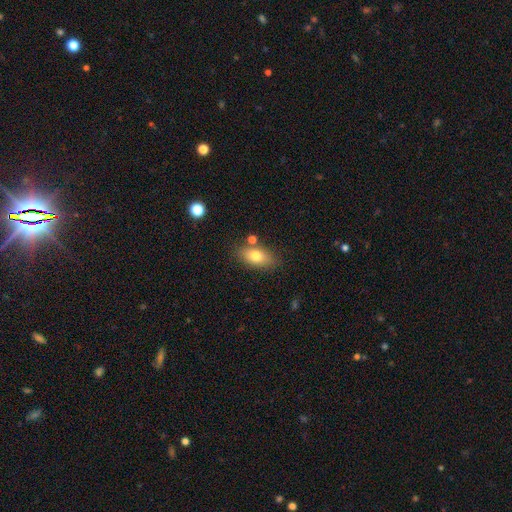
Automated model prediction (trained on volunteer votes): Q: Smooth or featured?
A: smooth (76%); runner-up: featured or disk (16%)
Q: How rounded?
A: in between (86%); runner-up: round (7%)
Q: Merging?
A: none (75%); runner-up: minor disturbance (14%)